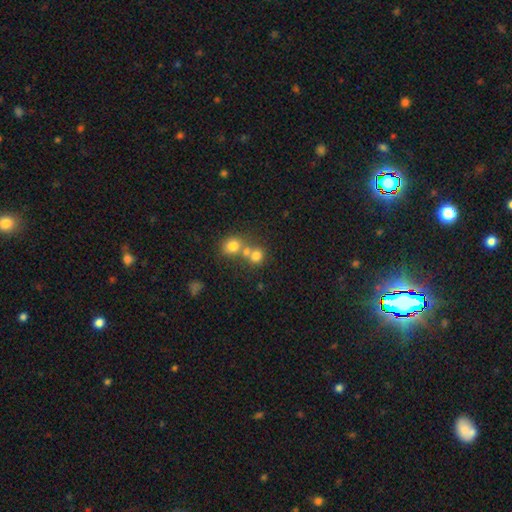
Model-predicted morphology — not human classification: smooth 76%, star or artifact 14%, featured or disk 11%. Down the decision tree: how rounded — round (80%); merging — merger (46%).